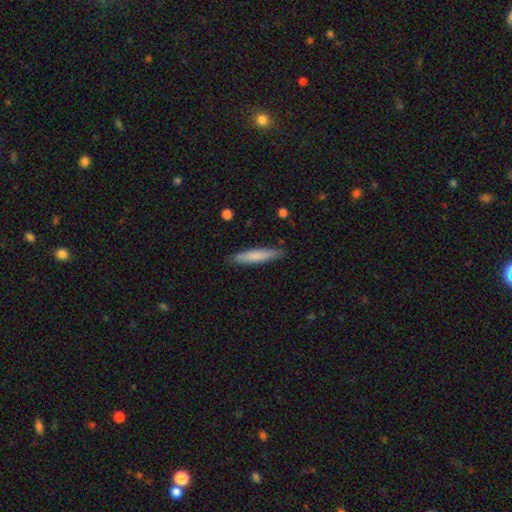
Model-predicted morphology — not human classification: smooth-or-featured: smooth: 77% | featured or disk: 17% | star or artifact: 5%
  how-rounded: cigar-shaped: 90% | in between: 9% | round: 1%
  merging: none: 89% | minor disturbance: 9% | major disturbance: 2% | merger: 1%